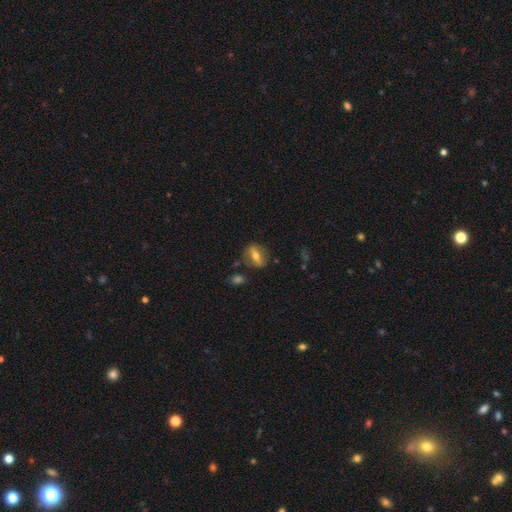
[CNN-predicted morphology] Smooth or featured?
  - smooth: 47% *
  - featured or disk: 45%
  - star or artifact: 9%
Merging?
  - none: 77% *
  - minor disturbance: 14%
  - major disturbance: 5%
  - merger: 4%